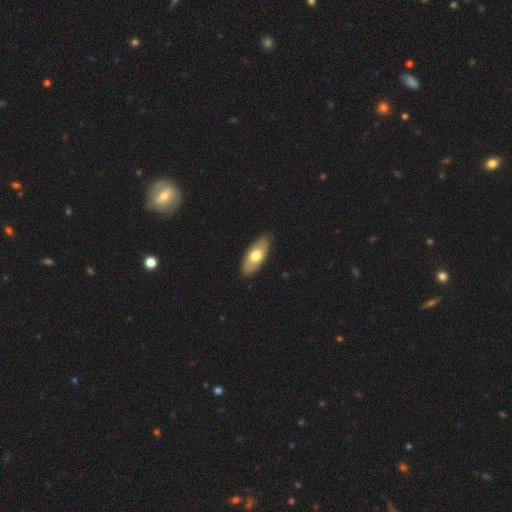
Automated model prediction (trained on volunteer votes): Q: Smooth or featured?
A: smooth (63%); runner-up: featured or disk (32%)
Q: How rounded?
A: in between (84%); runner-up: cigar-shaped (13%)
Q: Merging?
A: none (87%); runner-up: minor disturbance (10%)